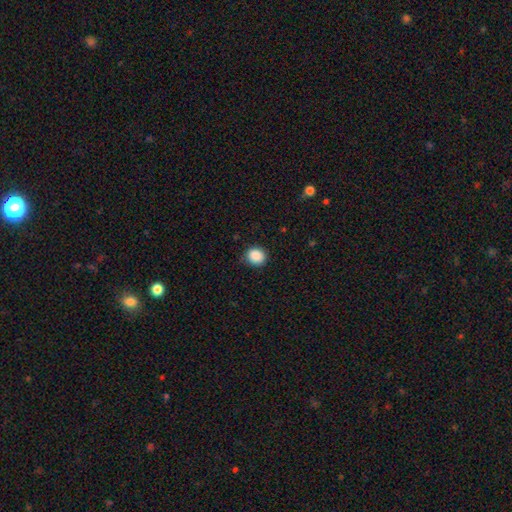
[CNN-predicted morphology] type=smooth (89%); roundness=round (83%); merging=none (82%).